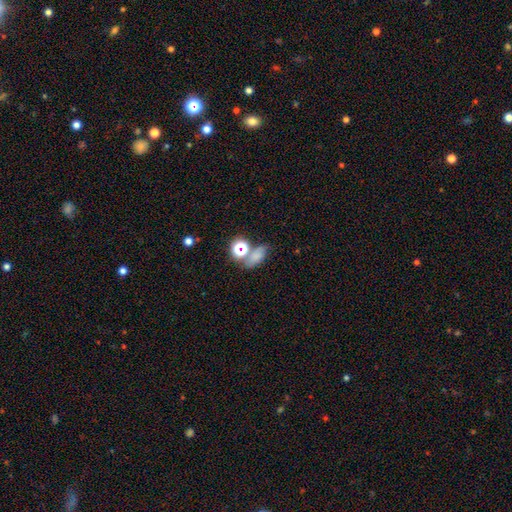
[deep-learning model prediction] The model was most divided on "merging": none: 44%, merger: 28%, minor disturbance: 17%, major disturbance: 11%. More confident: how rounded — in between (69%); smooth or featured — smooth (62%).